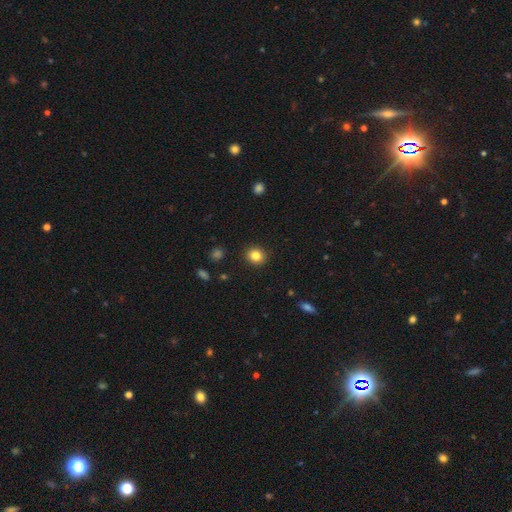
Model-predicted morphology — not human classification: Smooth or featured?
  - smooth: 83% *
  - star or artifact: 11%
  - featured or disk: 6%
How rounded?
  - round: 80% *
  - in between: 19%
  - cigar-shaped: 1%
Merging?
  - none: 91% *
  - minor disturbance: 6%
  - major disturbance: 2%
  - merger: 1%